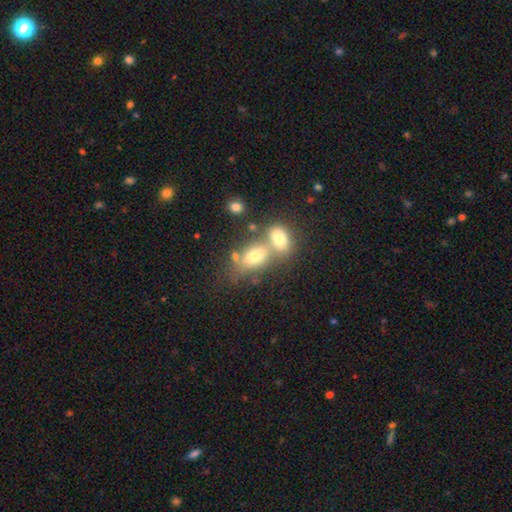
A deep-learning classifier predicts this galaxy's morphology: type=smooth (63%); roundness=in between (68%); merging=merger (68%).